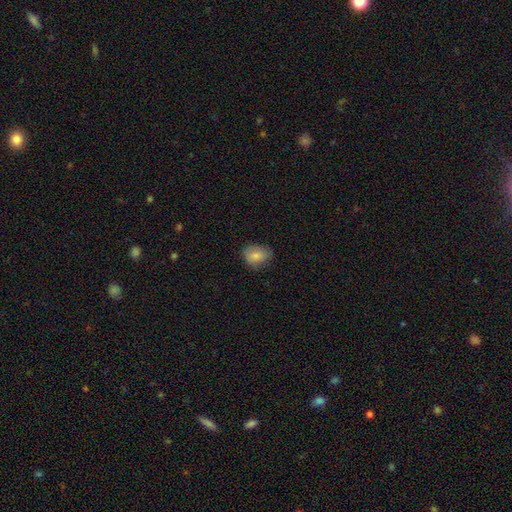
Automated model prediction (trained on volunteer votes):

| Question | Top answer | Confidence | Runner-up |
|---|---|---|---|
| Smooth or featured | smooth | 83% | featured or disk (9%) |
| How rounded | in between | 62% | round (37%) |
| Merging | none | 72% | minor disturbance (23%) |